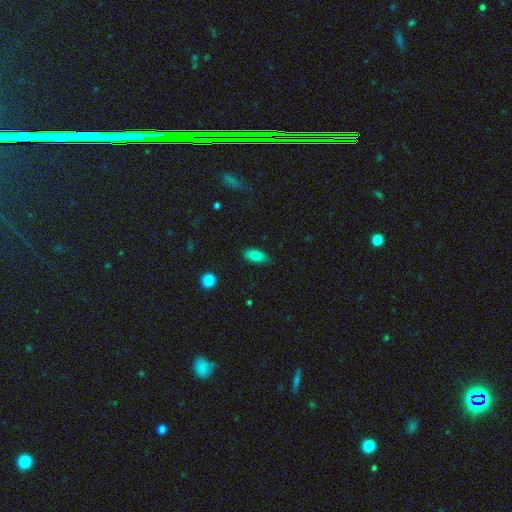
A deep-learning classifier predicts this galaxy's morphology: This appears to be a smooth galaxy with no disk features (84%) that is in between round and cigar-shaped (86%). Merging: none (73%).